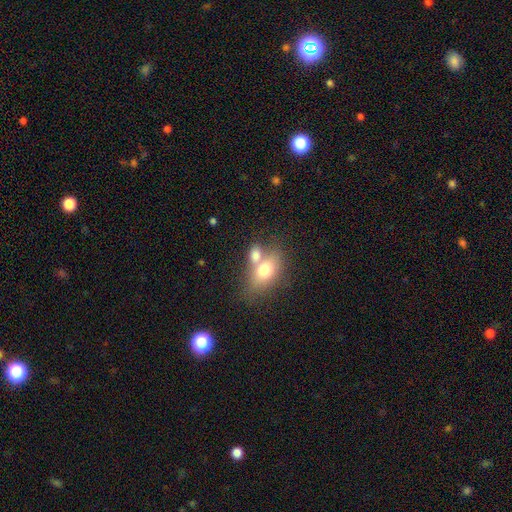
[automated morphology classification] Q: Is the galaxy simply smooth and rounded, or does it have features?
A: smooth — 72%.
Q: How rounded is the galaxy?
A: in between — 78%.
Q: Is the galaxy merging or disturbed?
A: merger — 55%.